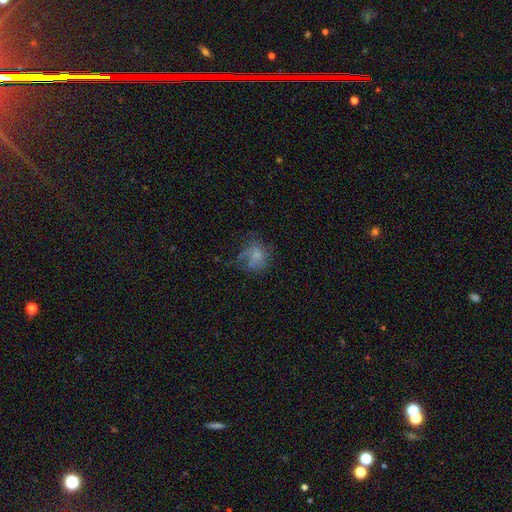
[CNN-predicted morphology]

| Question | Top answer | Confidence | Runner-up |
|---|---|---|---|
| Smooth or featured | smooth | 58% | featured or disk (31%) |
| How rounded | round | 66% | in between (33%) |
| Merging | none | 44% | major disturbance (28%) |